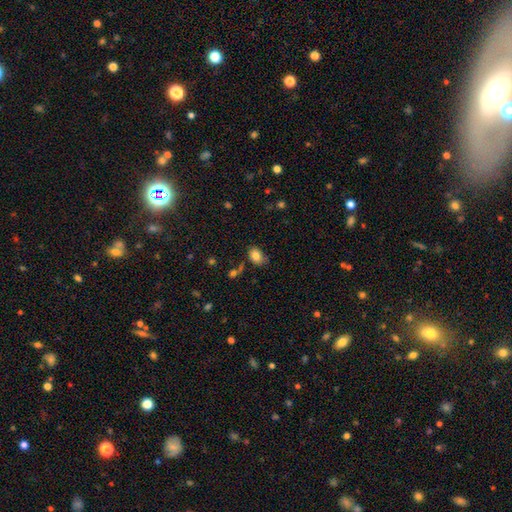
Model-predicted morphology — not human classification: A smooth galaxy with no disk features (82%) that is in between round and cigar-shaped (77%).

Vote fractions:
- Smooth or featured? smooth: 82% / star or artifact: 10% / featured or disk: 8%
- How rounded? in between: 77% / round: 22% / cigar-shaped: 1%
- Merging? none: 68% / minor disturbance: 22% / major disturbance: 5% / merger: 5%